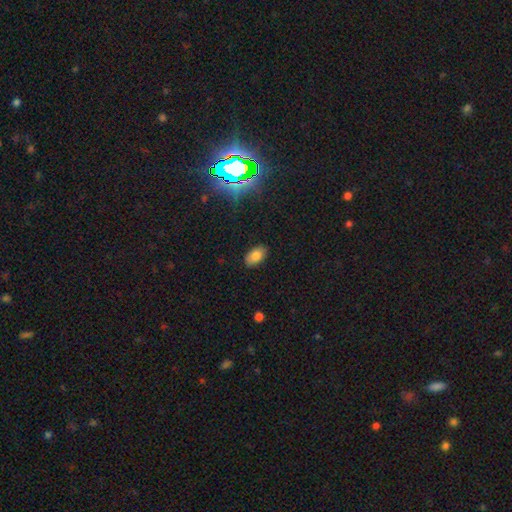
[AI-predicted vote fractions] smooth_or_featured: smooth (p=0.80) [alt: star or artifact p=0.11]
how_rounded: in between (p=0.93) [alt: round p=0.05]
merging: none (p=0.86) [alt: minor disturbance p=0.10]